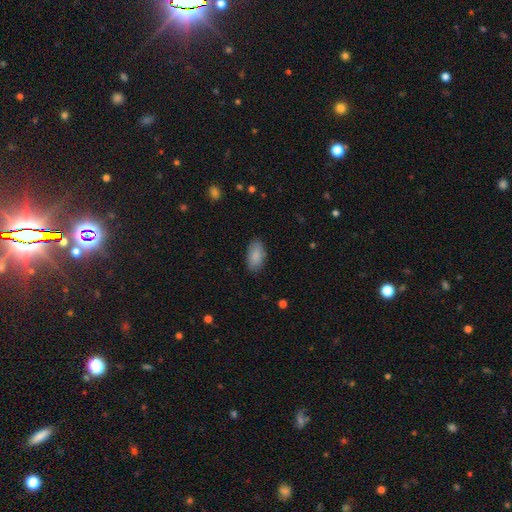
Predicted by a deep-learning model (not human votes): A smooth galaxy with no disk features (88%) that is in between round and cigar-shaped (93%). Merging: none (86%).